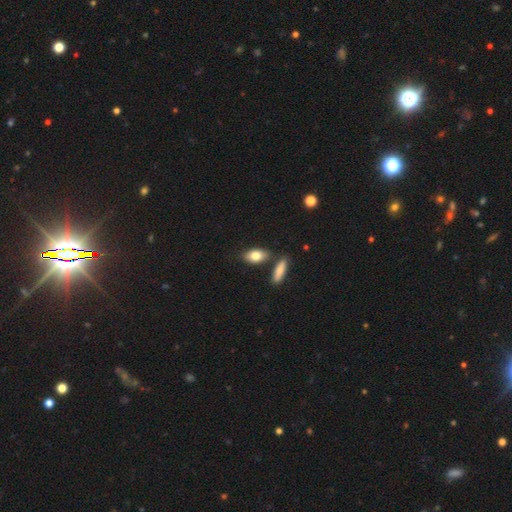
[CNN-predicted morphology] Smooth or featured: smooth — 80% (featured or disk — 14%)
How rounded: in between — 86% (cigar-shaped — 9%)
Merging: none — 74% (merger — 12%)